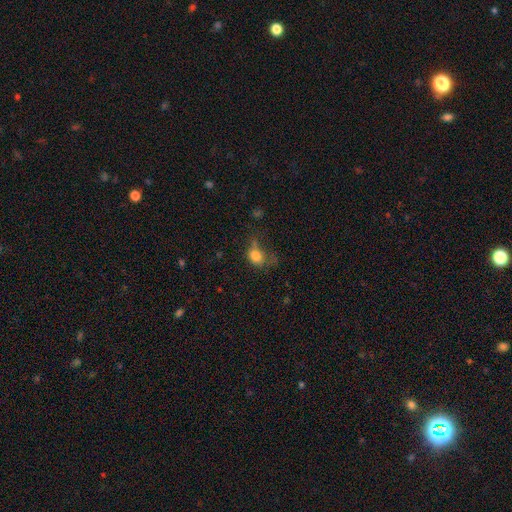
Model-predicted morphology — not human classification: Overall: smooth (77%). How rounded: in between (54%; round 44%). Merging: major disturbance (36%; none 30%).